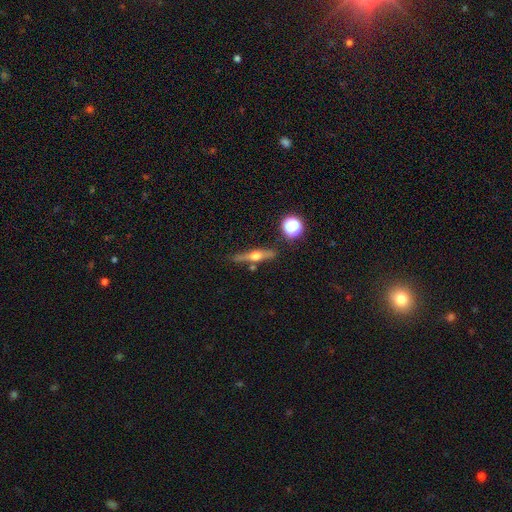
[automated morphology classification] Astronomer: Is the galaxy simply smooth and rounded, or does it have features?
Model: featured or disk — 63%.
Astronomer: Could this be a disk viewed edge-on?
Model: yes — 95%.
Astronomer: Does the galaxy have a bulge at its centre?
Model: rounded — 95%.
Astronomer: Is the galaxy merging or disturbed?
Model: none — 78%.